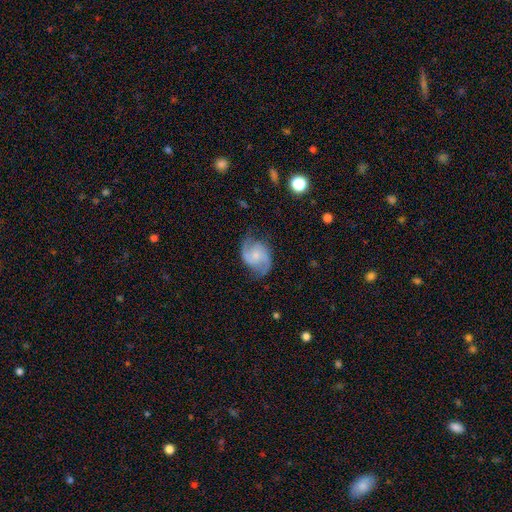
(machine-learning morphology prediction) smooth-or-featured: featured or disk: 84% | smooth: 11% | star or artifact: 5%
  disk-edge-on: no: 98% | yes: 2%
    bar: no: 61% | weak: 34% | strong: 6%
    has-spiral-arms: yes: 97% | no: 3%
      spiral-winding: medium: 52% | loose: 28% | tight: 19%
      spiral-arm-count: 2: 91% | can't tell: 3% | 1: 2% | 3: 2% | 4: 1% | more than 4: 1%
    bulge-size: small: 53% | moderate: 31% | none: 12% | large: 3% | dominant: 1%
  merging: none: 73% | minor disturbance: 19% | major disturbance: 7% | merger: 1%